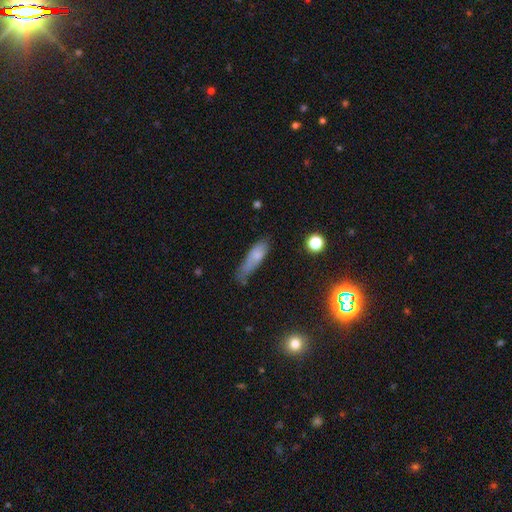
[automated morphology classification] Overall: smooth (72%). How rounded: cigar-shaped (55%; in between 42%). Merging: none (43%; minor disturbance 37%).